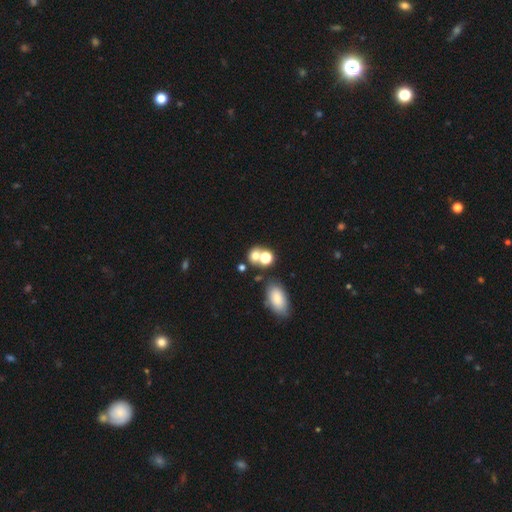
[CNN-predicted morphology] Q: Smooth or featured?
A: smooth (69%); runner-up: star or artifact (20%)
Q: How rounded?
A: round (68%); runner-up: in between (30%)
Q: Merging?
A: none (46%); runner-up: merger (40%)